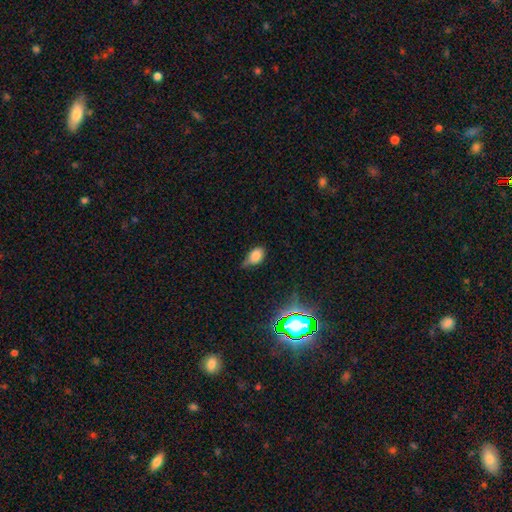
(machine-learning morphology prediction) A smooth galaxy with no disk features (79%) that is in between round and cigar-shaped (84%).

Vote fractions:
- Smooth or featured? smooth: 79% / star or artifact: 12% / featured or disk: 9%
- How rounded? in between: 84% / round: 14% / cigar-shaped: 2%
- Merging? minor disturbance: 46% / none: 38% / major disturbance: 13% / merger: 4%